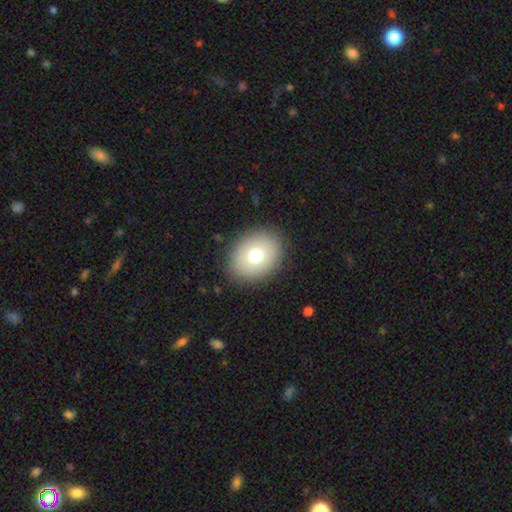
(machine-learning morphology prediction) A smooth galaxy with no disk features (73%) that is in between round and cigar-shaped (52%). Merging: none (88%).